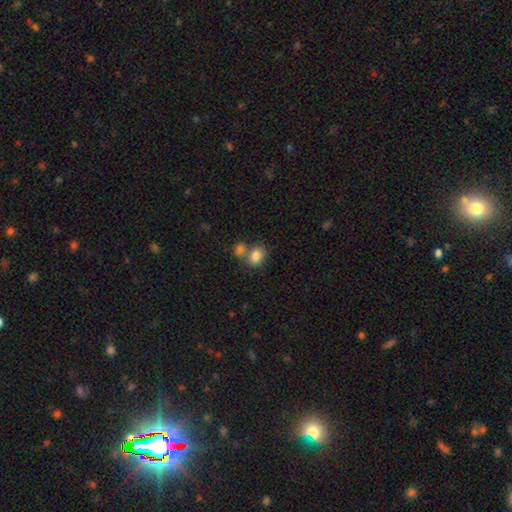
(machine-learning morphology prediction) type=smooth (83%); roundness=in between (70%); merging=none (44%).